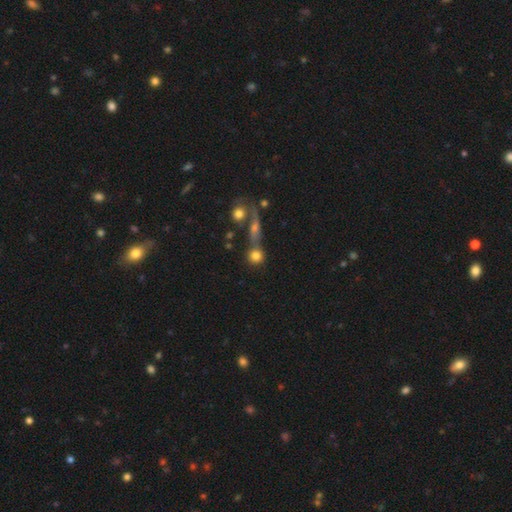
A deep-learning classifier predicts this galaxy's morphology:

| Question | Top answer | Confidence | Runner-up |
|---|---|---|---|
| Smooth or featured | smooth | 77% | featured or disk (12%) |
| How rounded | round | 86% | in between (10%) |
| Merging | none | 57% | merger (29%) |